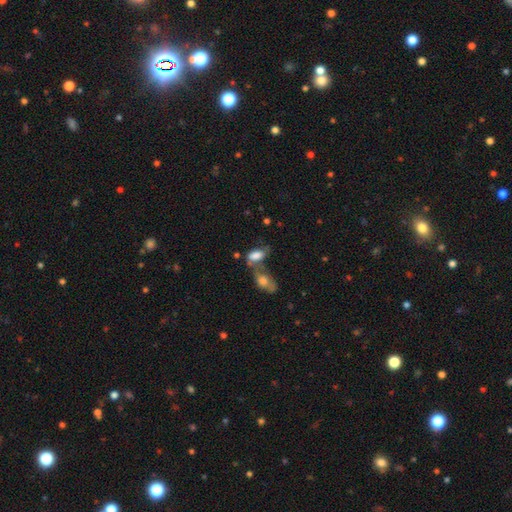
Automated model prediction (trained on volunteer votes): Smooth or featured? smooth (75%)
How rounded? in between (89%)
Merging? merger (46%)